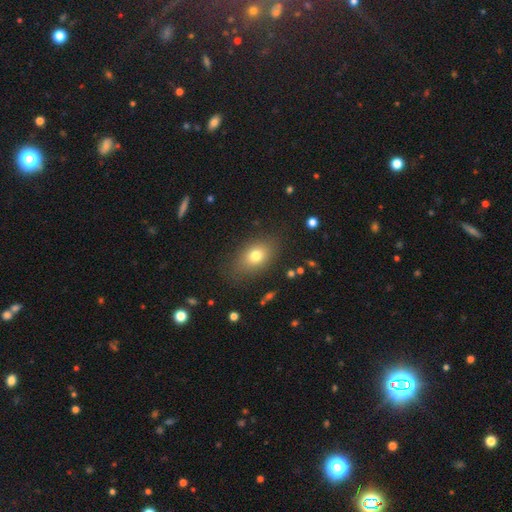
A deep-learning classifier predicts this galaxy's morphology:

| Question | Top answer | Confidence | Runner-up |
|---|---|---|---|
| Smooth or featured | smooth | 75% | featured or disk (13%) |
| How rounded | in between | 76% | round (22%) |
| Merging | none | 81% | minor disturbance (13%) |